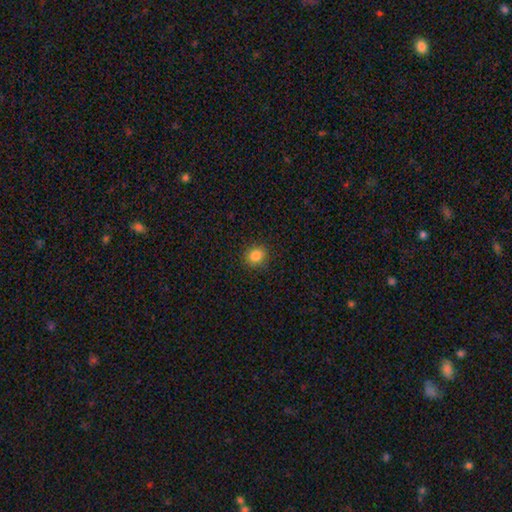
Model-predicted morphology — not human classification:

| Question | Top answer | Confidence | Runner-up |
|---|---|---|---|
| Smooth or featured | smooth | 84% | star or artifact (12%) |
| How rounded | round | 79% | in between (20%) |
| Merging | none | 90% | minor disturbance (7%) |